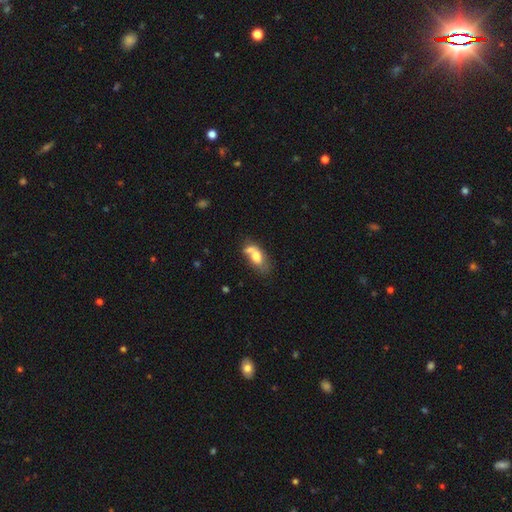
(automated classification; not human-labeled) This is likely a smooth galaxy (64%). How rounded: clearly in between (84%). Merging: marginally merger (34%).